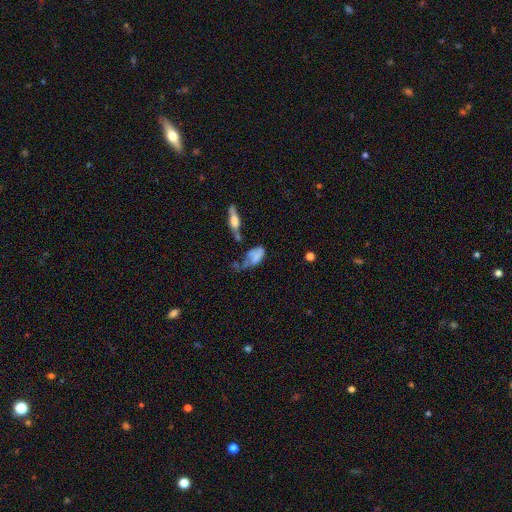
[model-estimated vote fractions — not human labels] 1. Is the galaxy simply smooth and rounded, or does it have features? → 61% smooth, 30% featured or disk, 10% star or artifact.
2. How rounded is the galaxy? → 86% in between, 9% cigar-shaped, 5% round.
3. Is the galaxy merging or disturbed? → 31% major disturbance, 26% minor disturbance, 23% none, 19% merger.